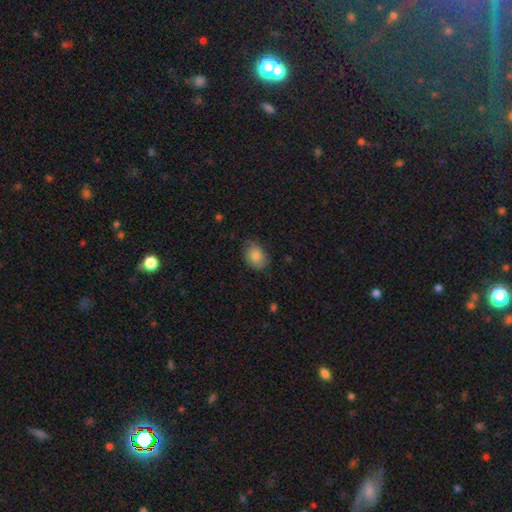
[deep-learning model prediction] Smooth or featured? Predicted: smooth (p=0.82). How rounded? Predicted: in between (p=0.75). Merging? Predicted: none (p=0.69).